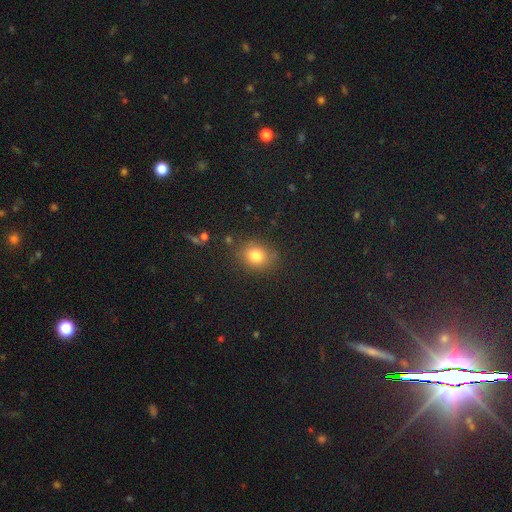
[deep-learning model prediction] Q: Smooth or featured?
A: smooth (80%); runner-up: star or artifact (13%)
Q: How rounded?
A: round (69%); runner-up: in between (30%)
Q: Merging?
A: none (82%); runner-up: minor disturbance (12%)